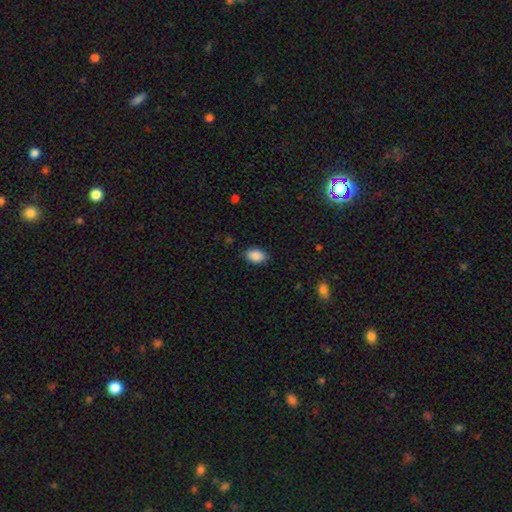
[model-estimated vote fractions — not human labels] Overall: smooth (90%). How rounded: in between (89%). Merging: none (87%).